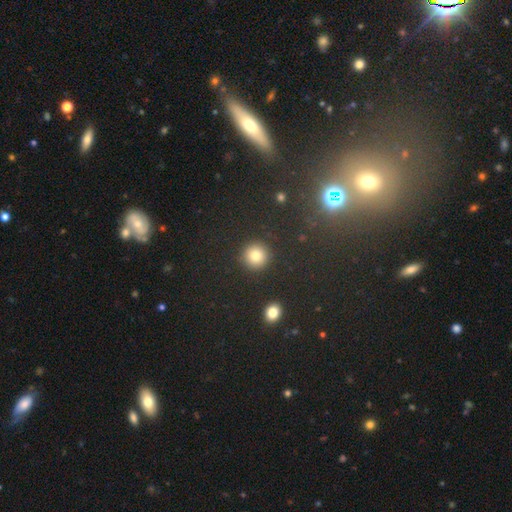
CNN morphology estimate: A smooth galaxy with no disk features (81%) that is round (94%).

Vote fractions:
- Smooth or featured? smooth: 81% / star or artifact: 13% / featured or disk: 6%
- How rounded? round: 94% / in between: 5% / cigar-shaped: 1%
- Merging? none: 91% / minor disturbance: 5% / major disturbance: 2% / merger: 2%